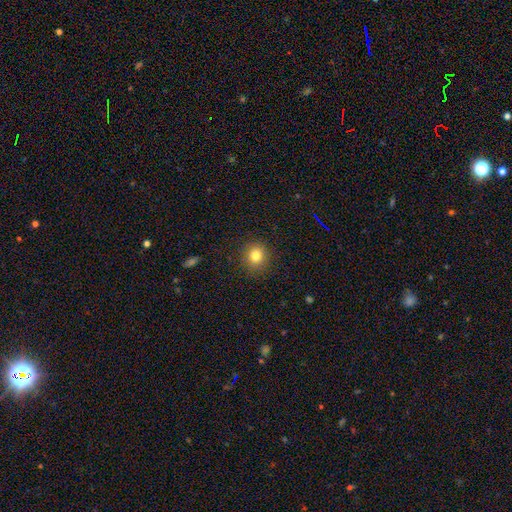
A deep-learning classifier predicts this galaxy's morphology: smooth 81%, star or artifact 12%, featured or disk 7%. Down the decision tree: how rounded — round (84%); merging — none (90%).